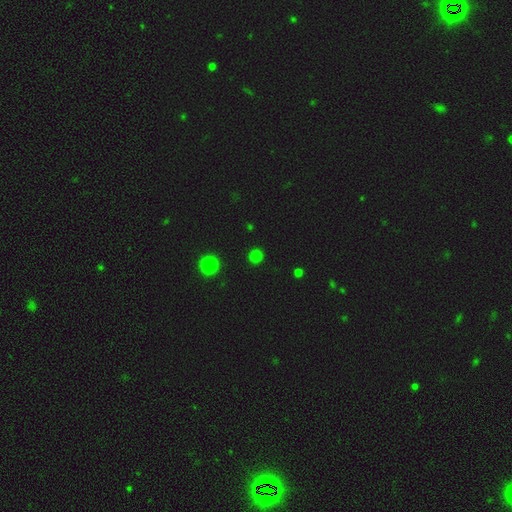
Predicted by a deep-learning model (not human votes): This appears to be a smooth galaxy with no disk features (73%) that is round (89%). Merging: none (87%).